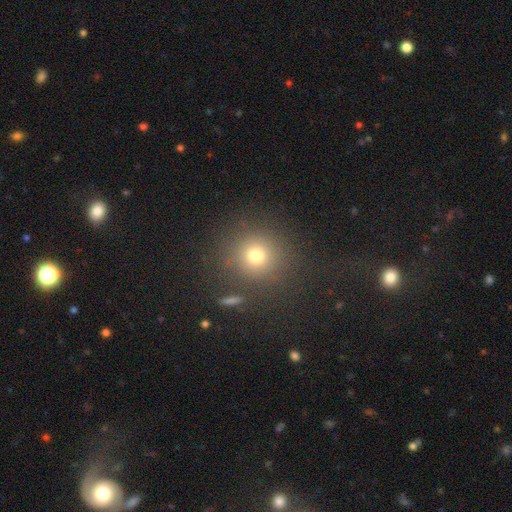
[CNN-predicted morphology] A smooth galaxy with no disk features (74%) that is round (90%).

Vote fractions:
- Smooth or featured? smooth: 74% / star or artifact: 17% / featured or disk: 9%
- How rounded? round: 90% / in between: 9% / cigar-shaped: 1%
- Merging? none: 85% / minor disturbance: 8% / major disturbance: 4% / merger: 3%